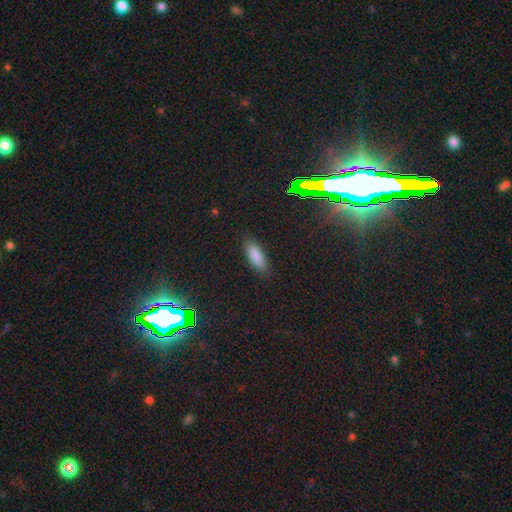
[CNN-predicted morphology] Overall: smooth (85%). How rounded: in between (74%). Merging: none (86%).